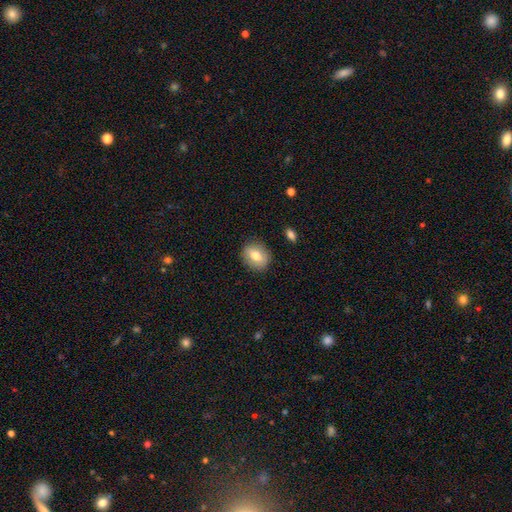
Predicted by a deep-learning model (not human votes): The model was most divided on "how rounded": round: 55%, in between: 44%, cigar-shaped: 1%. More confident: merging — none (86%); smooth or featured — smooth (70%).